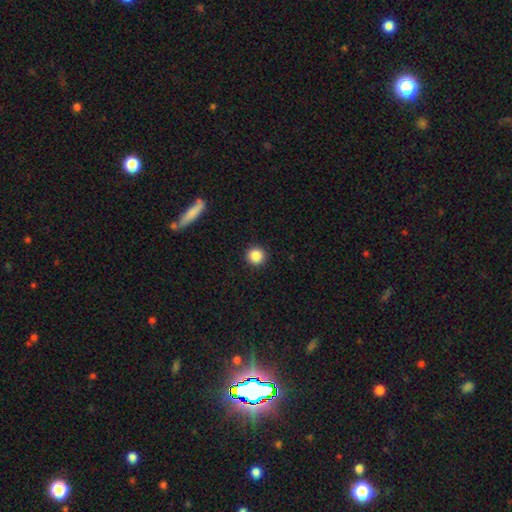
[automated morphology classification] smooth-or-featured: smooth: 87% | star or artifact: 9% | featured or disk: 3%
  how-rounded: round: 95% | in between: 4% | cigar-shaped: 1%
  merging: none: 92% | minor disturbance: 5% | major disturbance: 2% | merger: 1%